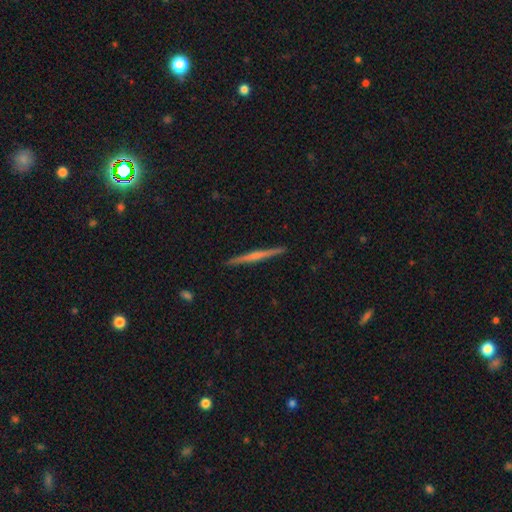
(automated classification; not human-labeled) A featured or disk galaxy (62%) viewed edge-on (98%) with no central bulge (45%).

Vote fractions:
- Smooth or featured? featured or disk: 62% / smooth: 32% / star or artifact: 6%
- Edge-on disk? yes: 98% / no: 2%
- Edge-on bulge? none: 45% / rounded: 44% / boxy: 11%
- Merging? none: 92% / minor disturbance: 5% / major disturbance: 1% / merger: 1%